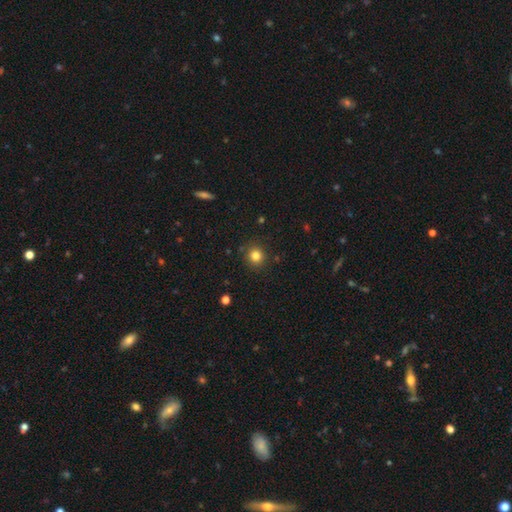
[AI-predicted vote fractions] Smooth or featured?
  - smooth: 81% *
  - star or artifact: 13%
  - featured or disk: 6%
How rounded?
  - round: 91% *
  - in between: 8%
  - cigar-shaped: 1%
Merging?
  - none: 89% *
  - minor disturbance: 7%
  - major disturbance: 2%
  - merger: 2%